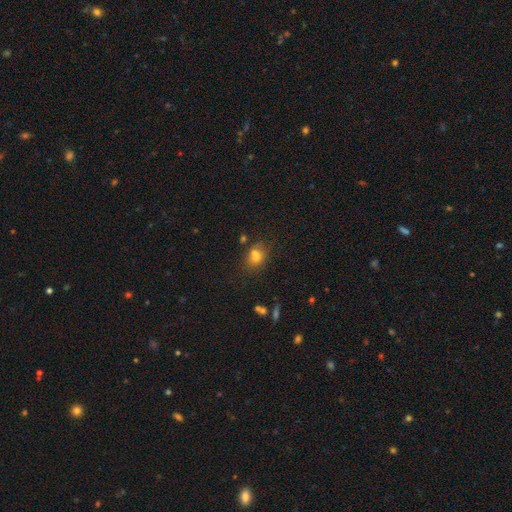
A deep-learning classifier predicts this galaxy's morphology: Overall: smooth (71%). How rounded: in between (60%; round 38%). Merging: none (52%; merger 22%).